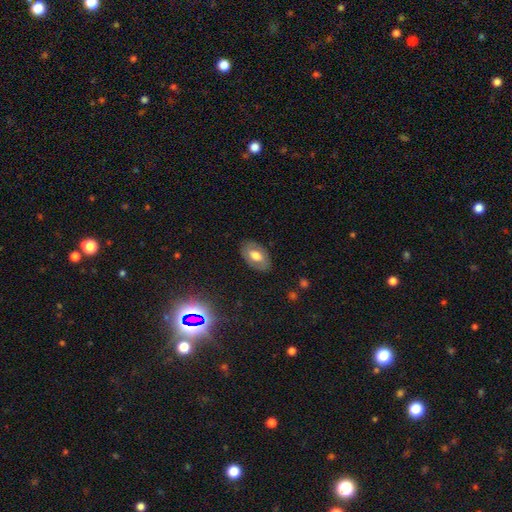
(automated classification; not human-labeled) A smooth galaxy with no disk features (56%) that is in between round and cigar-shaped (92%).

Vote fractions:
- Smooth or featured? smooth: 56% / featured or disk: 36% / star or artifact: 8%
- How rounded? in between: 92% / round: 7% / cigar-shaped: 2%
- Merging? none: 83% / minor disturbance: 13% / major disturbance: 4% / merger: 1%